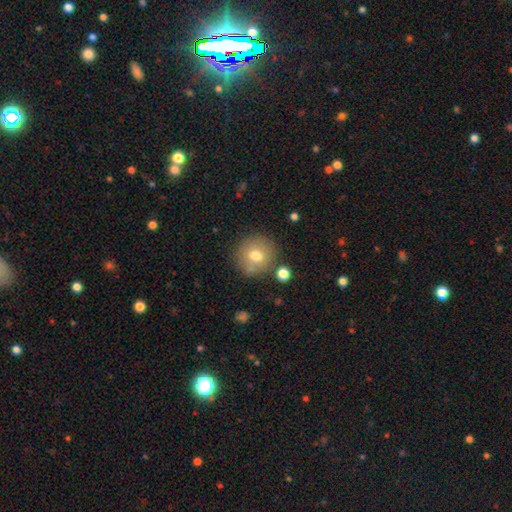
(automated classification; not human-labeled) Smooth or featured?
  - smooth: 72% *
  - featured or disk: 17%
  - star or artifact: 11%
How rounded?
  - round: 93% *
  - in between: 6%
  - cigar-shaped: 1%
Merging?
  - none: 80% *
  - minor disturbance: 10%
  - merger: 7%
  - major disturbance: 4%